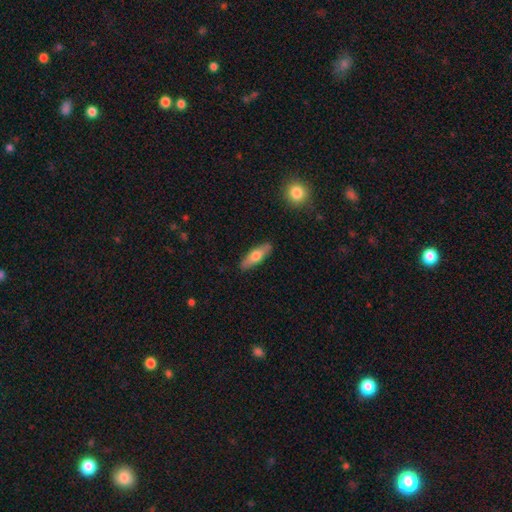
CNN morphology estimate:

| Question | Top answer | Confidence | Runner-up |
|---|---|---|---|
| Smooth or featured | smooth | 63% | featured or disk (31%) |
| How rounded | cigar-shaped | 54% | in between (43%) |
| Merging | none | 89% | minor disturbance (8%) |